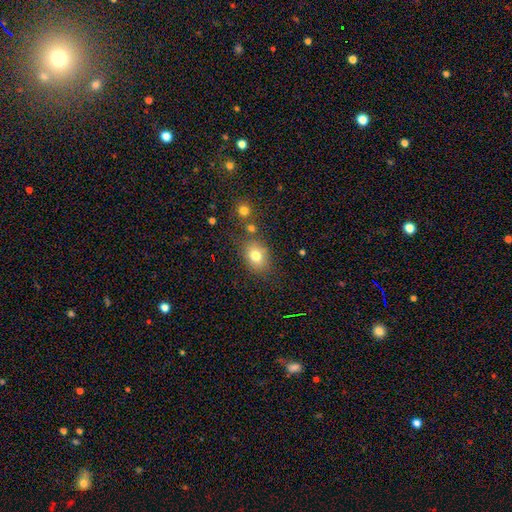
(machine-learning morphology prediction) Smooth or featured?
  - smooth: 77% *
  - star or artifact: 12%
  - featured or disk: 11%
How rounded?
  - in between: 64% *
  - round: 35%
  - cigar-shaped: 1%
Merging?
  - none: 75% *
  - minor disturbance: 13%
  - merger: 8%
  - major disturbance: 4%